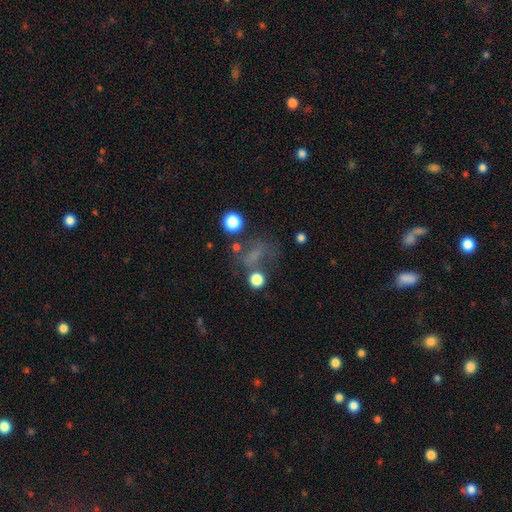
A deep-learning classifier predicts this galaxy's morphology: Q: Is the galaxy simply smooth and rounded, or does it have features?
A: smooth — 50%.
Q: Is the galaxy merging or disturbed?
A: none — 47%.